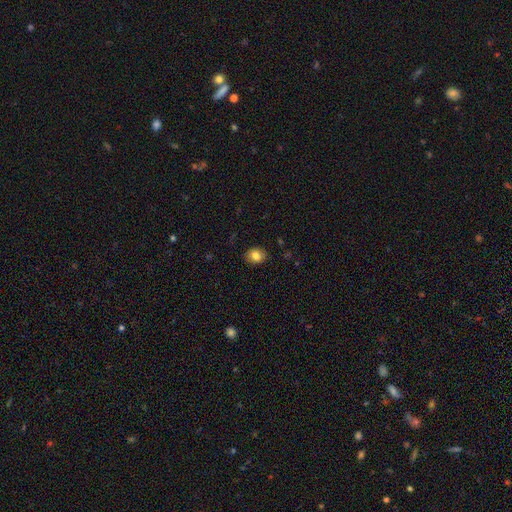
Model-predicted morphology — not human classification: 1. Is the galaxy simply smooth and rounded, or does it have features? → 82% smooth, 10% star or artifact, 8% featured or disk.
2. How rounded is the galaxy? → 58% round, 41% in between, 1% cigar-shaped.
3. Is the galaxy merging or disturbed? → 87% none, 9% minor disturbance, 2% major disturbance, 1% merger.